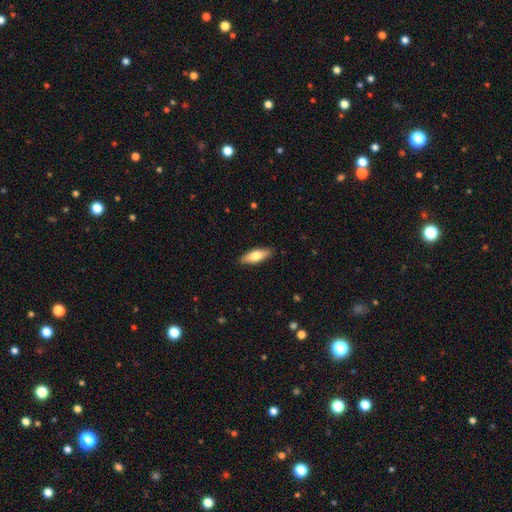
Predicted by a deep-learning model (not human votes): Smooth or featured: smooth — 70% (featured or disk — 24%)
How rounded: in between — 62% (cigar-shaped — 36%)
Merging: none — 88% (minor disturbance — 9%)